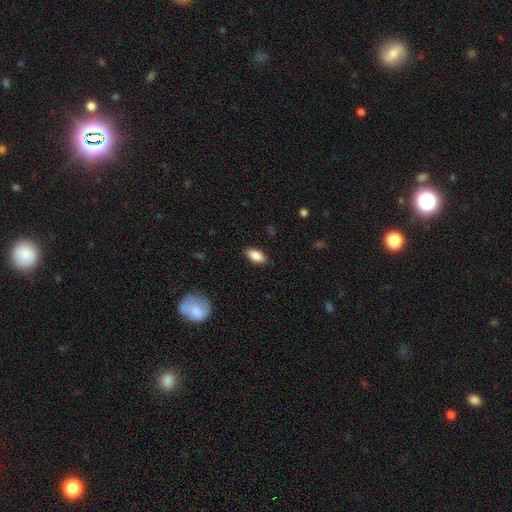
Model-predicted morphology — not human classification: Smooth or featured? Predicted: smooth (p=0.86). How rounded? Predicted: in between (p=0.90). Merging? Predicted: none (p=0.86).